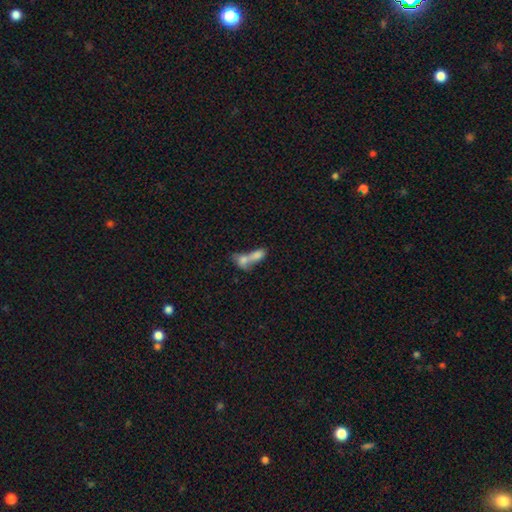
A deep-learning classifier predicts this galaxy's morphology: smooth 72%, featured or disk 19%, star or artifact 9%. Down the decision tree: how rounded — in between (76%); merging — merger (78%).